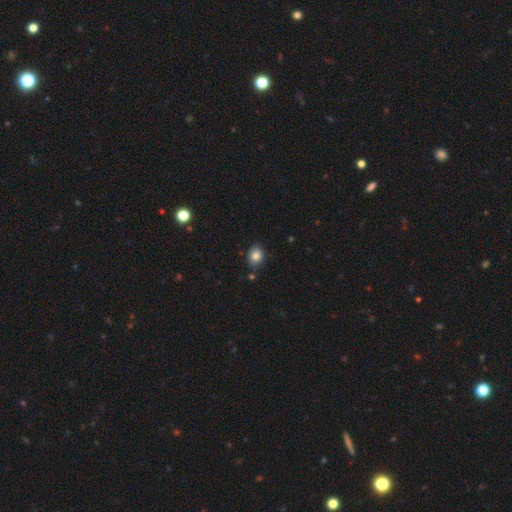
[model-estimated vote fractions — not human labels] Morphology: type=smooth (83%); roundness=round (55%); merging=none (80%).